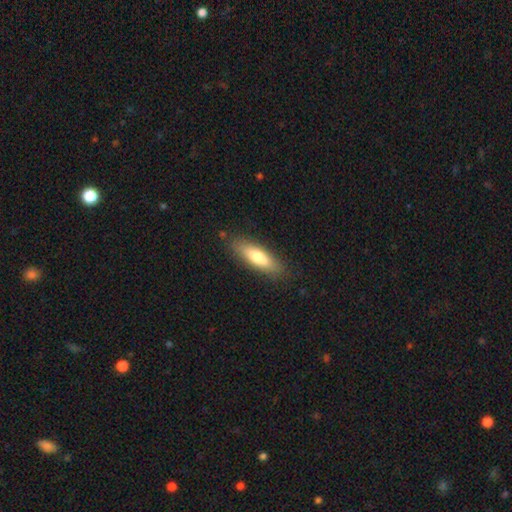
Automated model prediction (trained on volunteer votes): The model was most divided on "how rounded": cigar-shaped: 56%, in between: 42%, round: 2%. More confident: merging — none (86%); smooth or featured — smooth (66%).